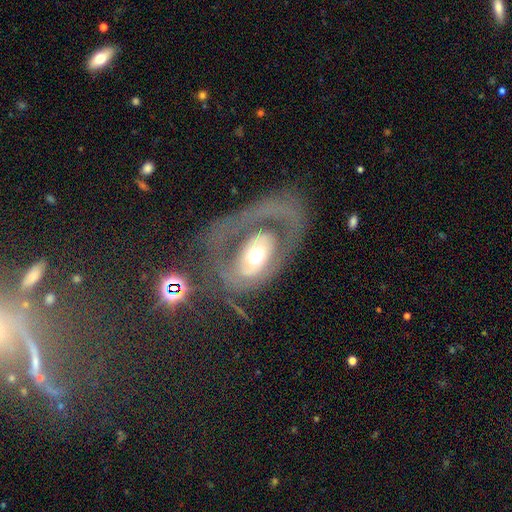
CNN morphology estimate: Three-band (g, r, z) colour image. It shows a featured or disk galaxy (72%) with no bar (70%), spiral arms (59%) and a moderate central bulge (61%). Merging: major disturbance (40%).